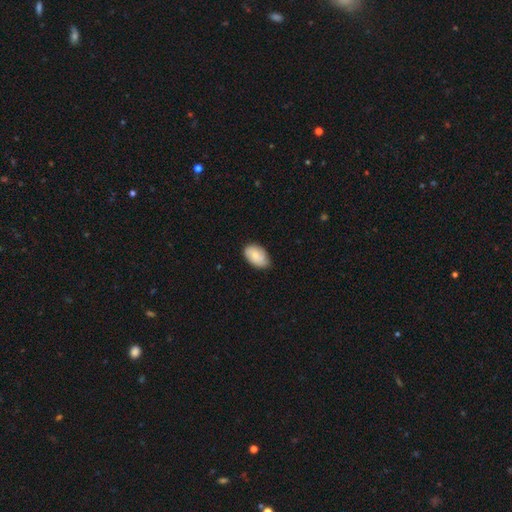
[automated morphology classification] smooth_or_featured: smooth (p=0.74) [alt: featured or disk p=0.20]
how_rounded: in between (p=0.90) [alt: round p=0.09]
merging: none (p=0.76) [alt: minor disturbance p=0.20]